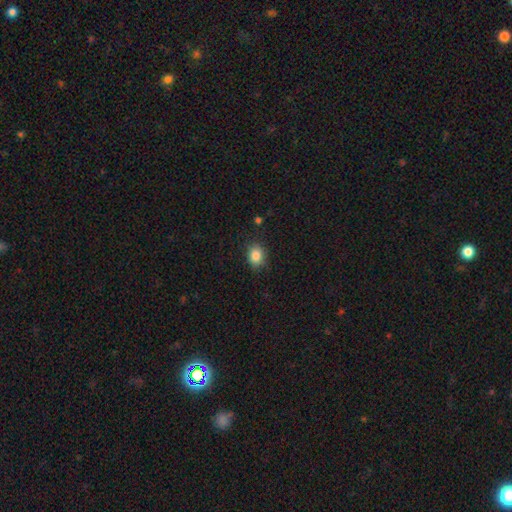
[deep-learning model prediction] Overall: smooth (85%). How rounded: round (52%; in between 47%). Merging: none (84%).